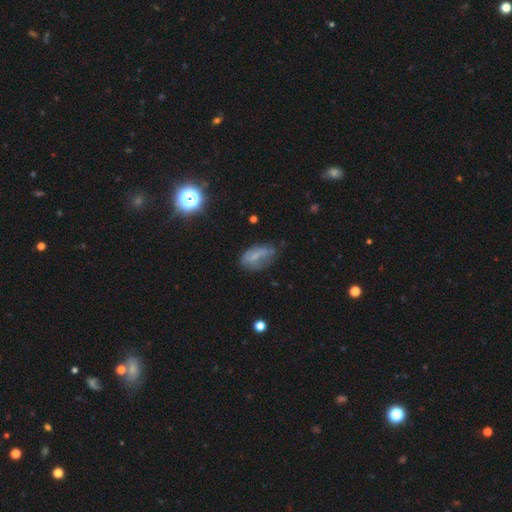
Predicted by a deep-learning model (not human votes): A smooth galaxy with no disk features (48%).

Vote fractions:
- Smooth or featured? smooth: 48% / featured or disk: 39% / star or artifact: 13%
- Merging? none: 47% / minor disturbance: 32% / major disturbance: 18% / merger: 3%